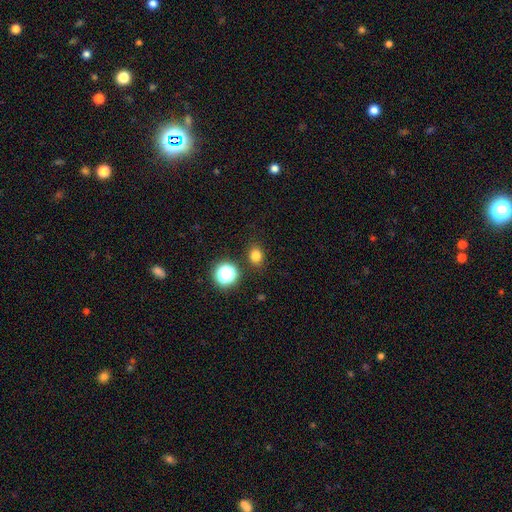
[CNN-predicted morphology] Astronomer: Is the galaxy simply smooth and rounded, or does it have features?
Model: smooth — 78%.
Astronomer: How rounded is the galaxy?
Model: round — 63%.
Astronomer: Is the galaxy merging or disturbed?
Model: none — 85%.